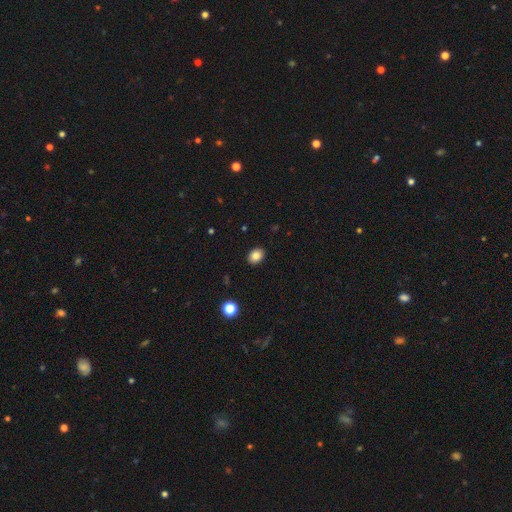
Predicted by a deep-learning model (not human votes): Q: Smooth or featured?
A: smooth (85%); runner-up: star or artifact (10%)
Q: How rounded?
A: in between (61%); runner-up: round (38%)
Q: Merging?
A: none (90%); runner-up: minor disturbance (7%)